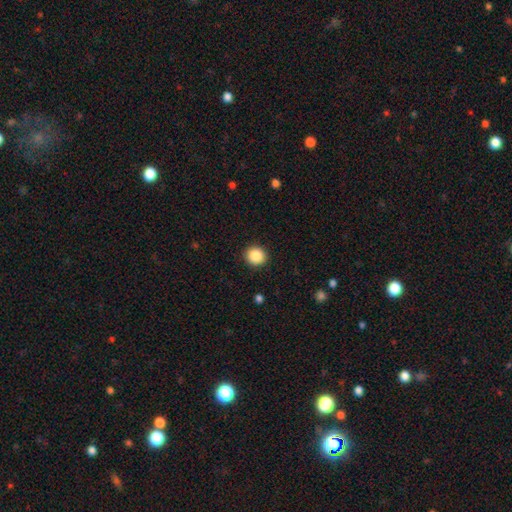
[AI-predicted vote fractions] Morphology: type=smooth (87%); roundness=round (88%); merging=none (92%).